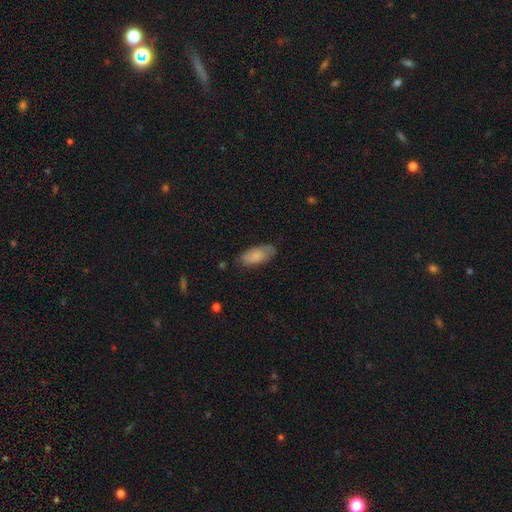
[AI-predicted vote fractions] smooth 82%, featured or disk 12%, star or artifact 6%. Down the decision tree: how rounded — in between (87%); merging — none (73%).